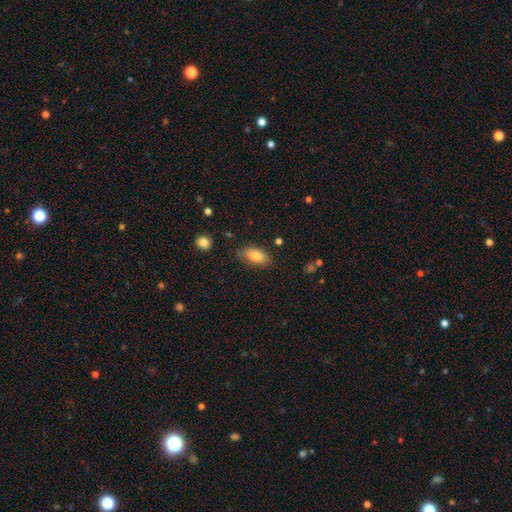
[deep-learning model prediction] smooth 84%, featured or disk 8%, star or artifact 7%. Down the decision tree: how rounded — in between (92%); merging — none (80%).